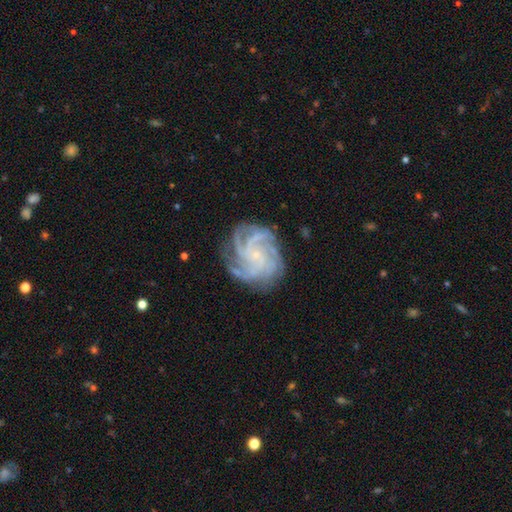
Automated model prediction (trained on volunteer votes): This is clearly a featured or disk galaxy (88%). It is clearly not viewed edge-on (98%). Bar: likely no (72%). Spiral arm pattern: clearly yes (98%). Spiral arm count: marginally 4 (40%). Spiral winding: possibly tight (60%). Central bulge: clearly small (83%). Merging: likely none (78%).